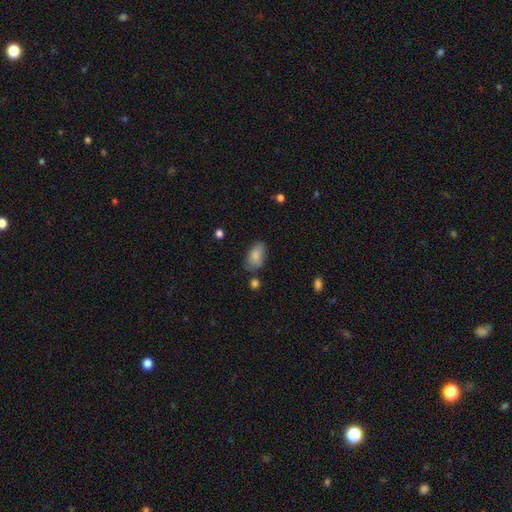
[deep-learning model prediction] smooth 83%, featured or disk 10%, star or artifact 7%. Down the decision tree: how rounded — in between (92%); merging — none (66%).